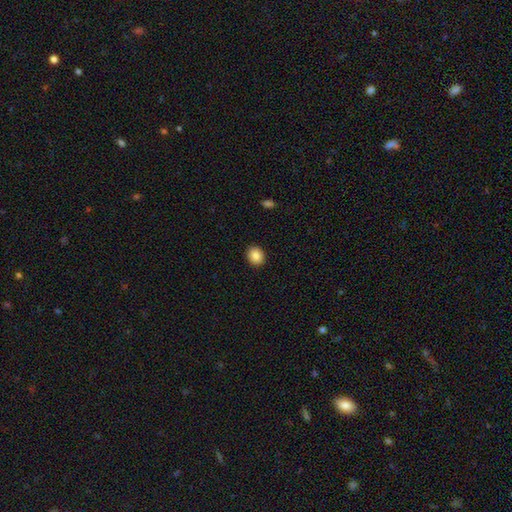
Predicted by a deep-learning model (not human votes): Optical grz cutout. It shows a smooth galaxy with no disk features (86%) that is round (72%). Merging: none (92%).